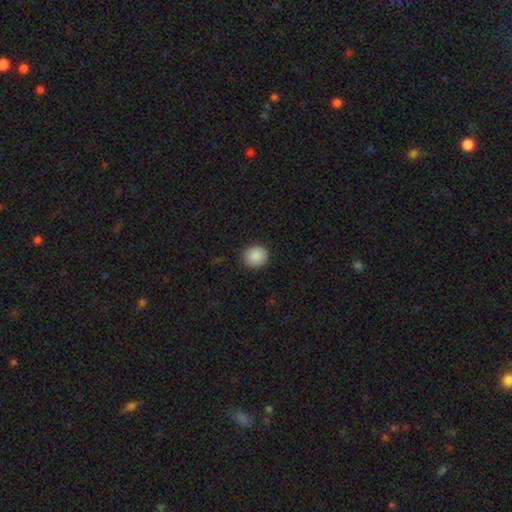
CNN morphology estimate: Q: Smooth or featured?
A: smooth (89%); runner-up: star or artifact (8%)
Q: How rounded?
A: round (86%); runner-up: in between (13%)
Q: Merging?
A: none (90%); runner-up: minor disturbance (7%)